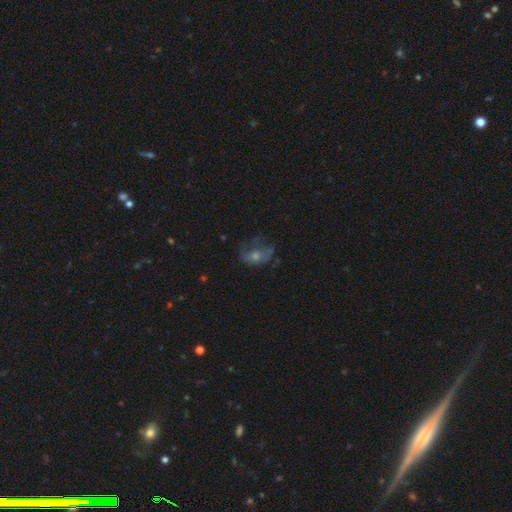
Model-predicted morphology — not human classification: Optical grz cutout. It shows a featured or disk galaxy (45%). Merging: none (46%).